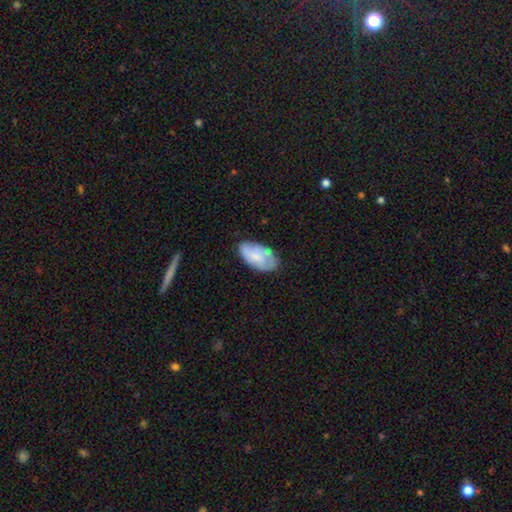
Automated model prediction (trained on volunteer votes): smooth 62%, featured or disk 31%, star or artifact 6%. Down the decision tree: how rounded — in between (94%); merging — none (63%).